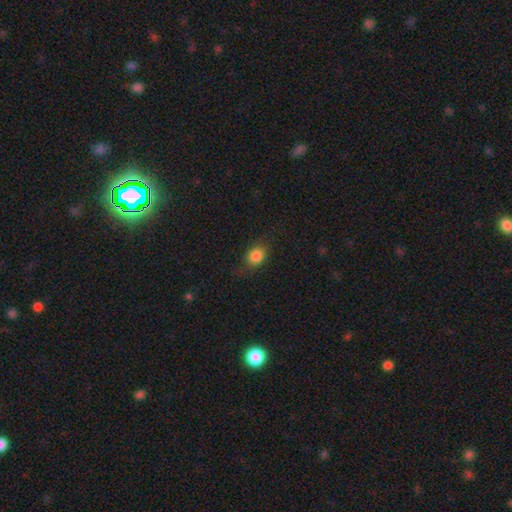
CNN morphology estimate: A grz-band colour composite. It shows a smooth galaxy with no disk features (83%) that is round (50%). Merging: none (72%).